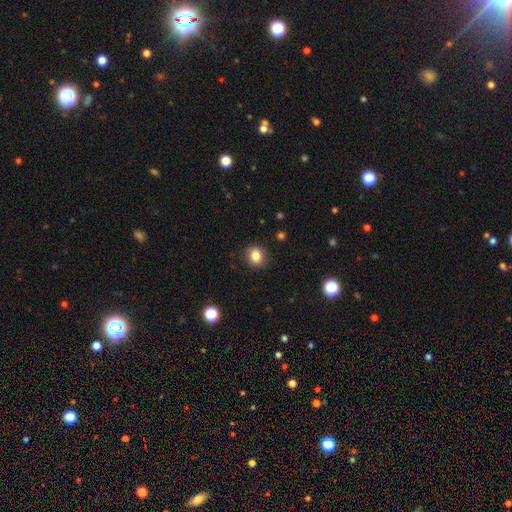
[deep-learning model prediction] Overall: smooth (84%). How rounded: round (62%; in between 37%). Merging: none (88%).